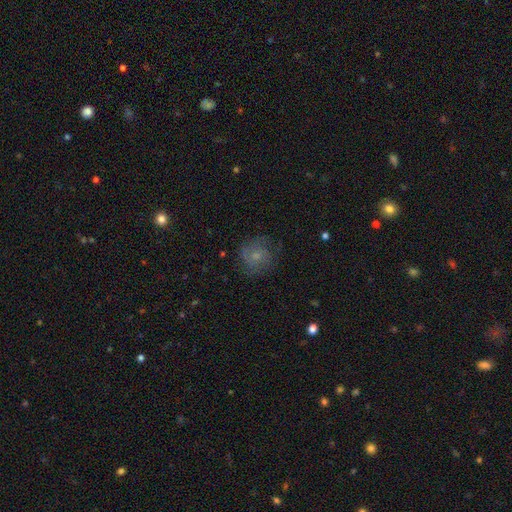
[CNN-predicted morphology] Smooth or featured?
  - smooth: 46% *
  - featured or disk: 43%
  - star or artifact: 11%
Merging?
  - none: 69% *
  - minor disturbance: 19%
  - major disturbance: 11%
  - merger: 1%